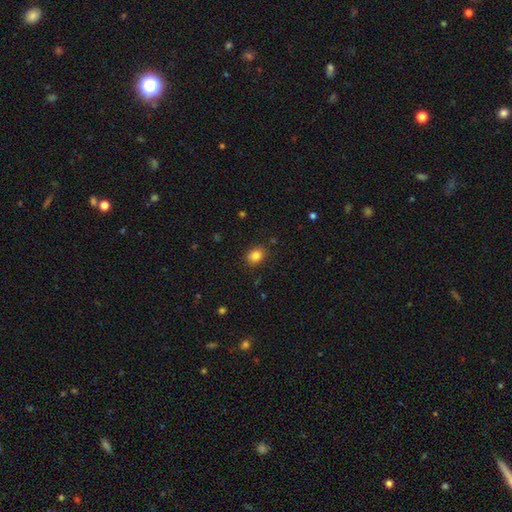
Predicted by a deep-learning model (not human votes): Q: Smooth or featured?
A: smooth (83%); runner-up: star or artifact (10%)
Q: How rounded?
A: in between (53%); runner-up: round (46%)
Q: Merging?
A: none (86%); runner-up: minor disturbance (10%)